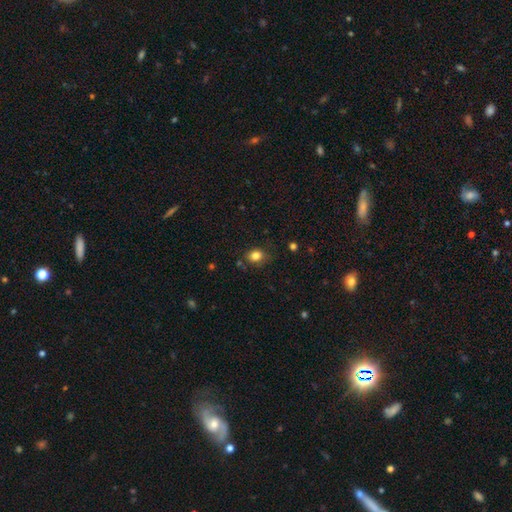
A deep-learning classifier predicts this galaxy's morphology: Smooth or featured: smooth — 82% (star or artifact — 11%)
How rounded: round — 55% (in between — 44%)
Merging: none — 76% (minor disturbance — 17%)